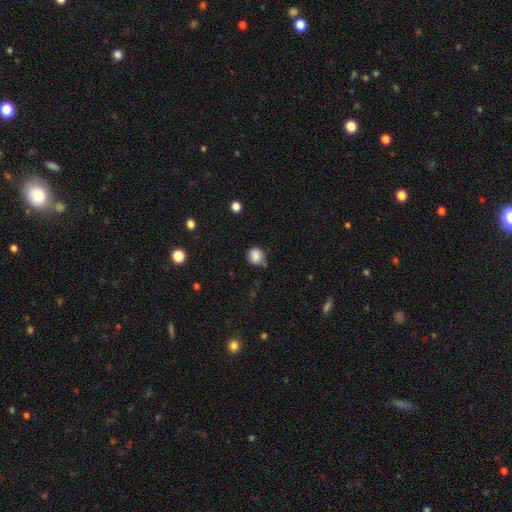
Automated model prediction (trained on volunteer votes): Overall: smooth (85%). How rounded: round (70%). Merging: none (67%).